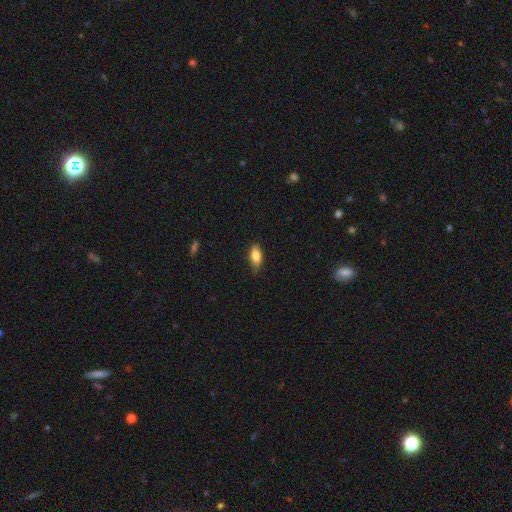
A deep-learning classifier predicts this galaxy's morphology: Smooth or featured: smooth — 83% (featured or disk — 10%)
How rounded: in between — 87% (cigar-shaped — 9%)
Merging: none — 78% (minor disturbance — 18%)